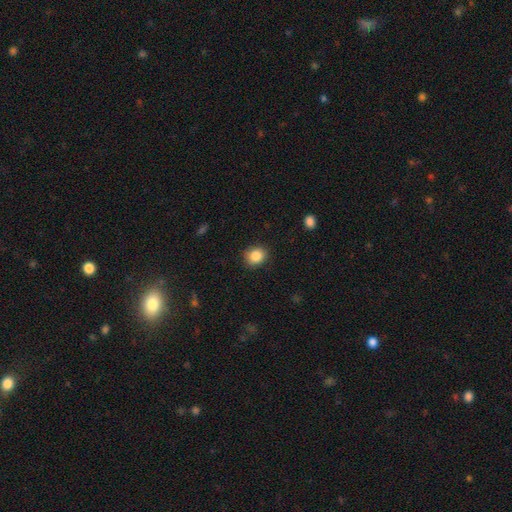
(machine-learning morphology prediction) Smooth or featured? Predicted: smooth (p=0.86). How rounded? Predicted: round (p=0.71). Merging? Predicted: none (p=0.89).